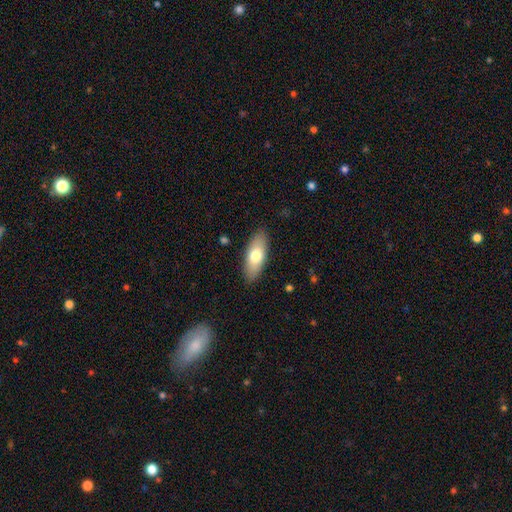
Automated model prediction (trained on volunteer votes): Overall: smooth (72%). How rounded: in between (78%). Merging: none (88%).